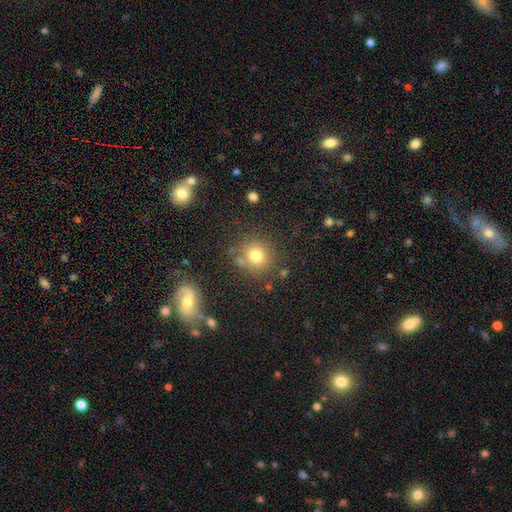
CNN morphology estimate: Smooth or featured?
  - smooth: 78% *
  - star or artifact: 13%
  - featured or disk: 9%
How rounded?
  - round: 86% *
  - in between: 13%
  - cigar-shaped: 1%
Merging?
  - none: 77% *
  - minor disturbance: 11%
  - merger: 7%
  - major disturbance: 4%